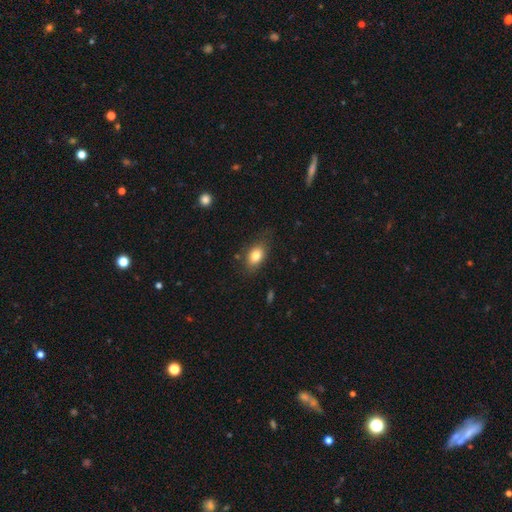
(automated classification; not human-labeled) The model was most divided on "merging": none: 75%, minor disturbance: 18%, major disturbance: 5%, merger: 2%. More confident: how rounded — in between (85%); smooth or featured — smooth (81%).